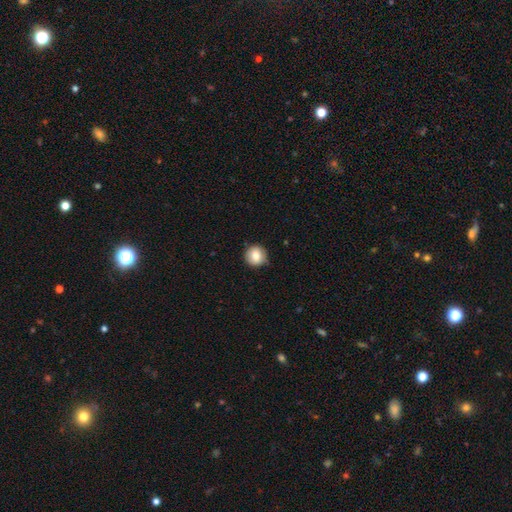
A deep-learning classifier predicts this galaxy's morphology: Q: Smooth or featured?
A: smooth (81%); runner-up: featured or disk (10%)
Q: How rounded?
A: round (94%); runner-up: in between (5%)
Q: Merging?
A: none (83%); runner-up: minor disturbance (14%)